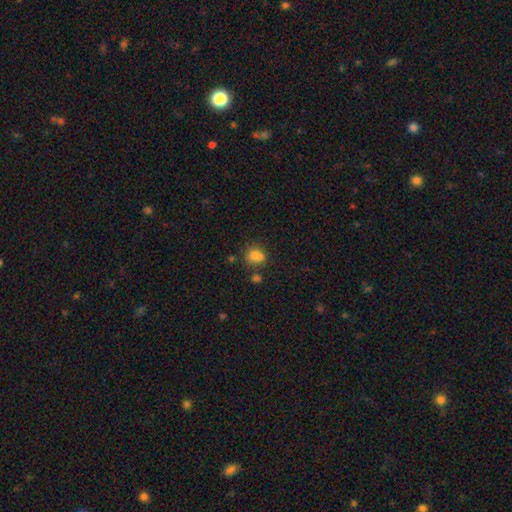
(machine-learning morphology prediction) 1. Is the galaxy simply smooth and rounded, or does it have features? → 75% smooth, 14% star or artifact, 12% featured or disk.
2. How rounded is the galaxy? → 62% round, 37% in between, 1% cigar-shaped.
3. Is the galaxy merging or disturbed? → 48% none, 32% merger, 15% minor disturbance, 6% major disturbance.